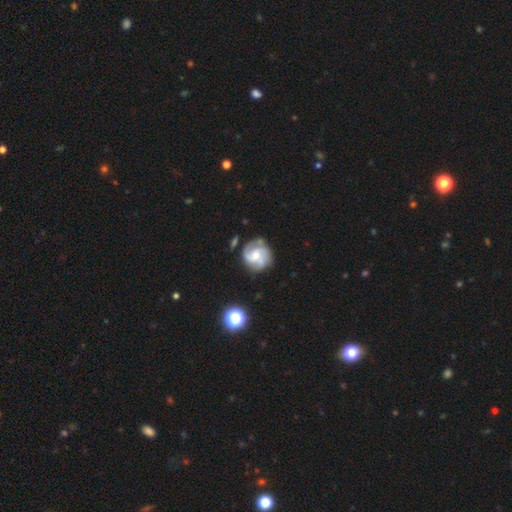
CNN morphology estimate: Q: Smooth or featured?
A: featured or disk (80%); runner-up: smooth (14%)
Q: Edge-on disk?
A: no (98%); runner-up: yes (2%)
Q: Bar?
A: no (57%); runner-up: weak (35%)
Q: Spiral arms?
A: yes (94%); runner-up: no (6%)
Q: Spiral winding?
A: medium (44%); runner-up: tight (40%)
Q: Spiral arm count?
A: 2 (37%); runner-up: 3 (34%)
Q: Bulge size?
A: moderate (54%); runner-up: small (41%)
Q: Merging?
A: none (69%); runner-up: minor disturbance (19%)